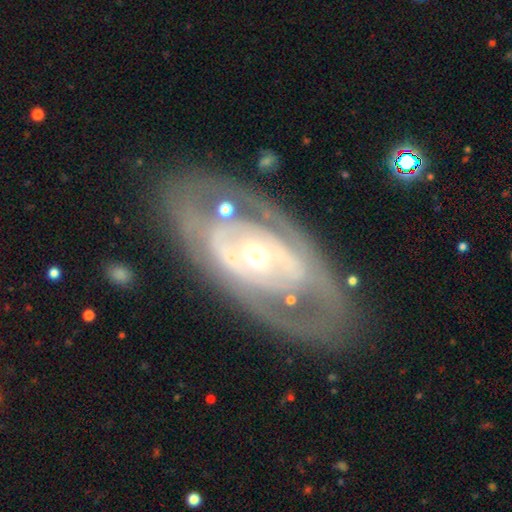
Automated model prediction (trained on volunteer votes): The model was most divided on "spiral arms": yes: 51%, no: 49%. More confident: edge-on disk — no (90%); smooth or featured — featured or disk (80%); merging — none (77%); bar — no (64%); bulge size — moderate (56%).